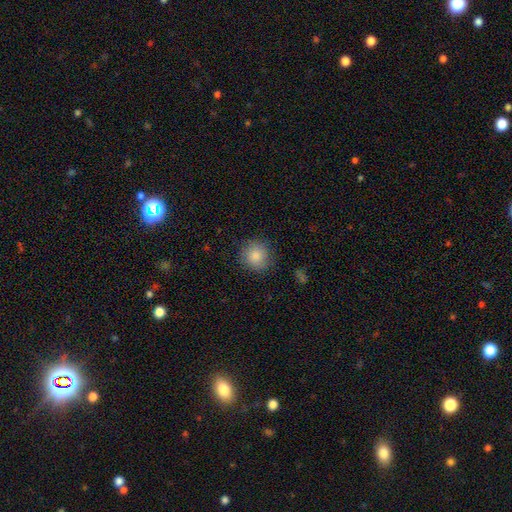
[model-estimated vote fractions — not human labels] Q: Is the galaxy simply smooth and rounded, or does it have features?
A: smooth — 86%.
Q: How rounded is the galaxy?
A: round — 91%.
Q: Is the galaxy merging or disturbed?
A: none — 85%.